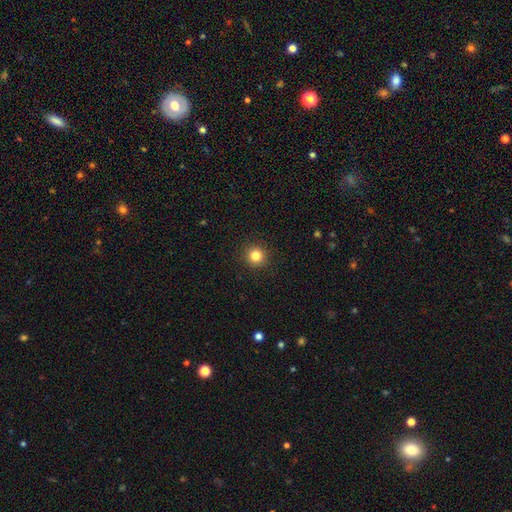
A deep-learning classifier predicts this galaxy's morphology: smooth-or-featured: smooth: 83% | star or artifact: 12% | featured or disk: 5%
  how-rounded: round: 94% | in between: 5% | cigar-shaped: 1%
  merging: none: 92% | minor disturbance: 5% | major disturbance: 2% | merger: 1%